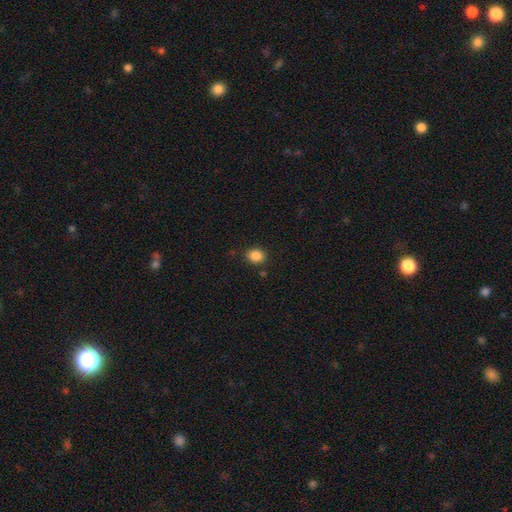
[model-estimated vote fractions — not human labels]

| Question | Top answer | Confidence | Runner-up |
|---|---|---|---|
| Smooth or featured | smooth | 87% | star or artifact (10%) |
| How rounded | round | 57% | in between (42%) |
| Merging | none | 86% | minor disturbance (9%) |